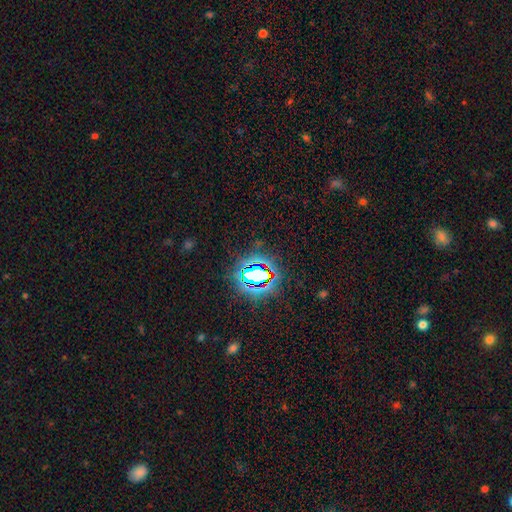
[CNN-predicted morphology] Smooth or featured: star or artifact — 81% (smooth — 12%)